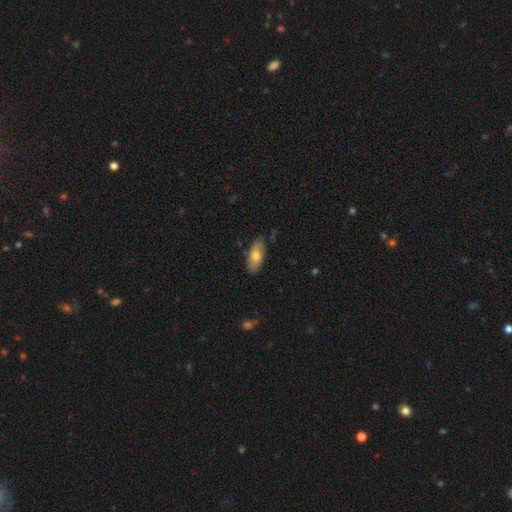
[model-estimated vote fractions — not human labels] The model was most divided on "smooth or featured": smooth: 69%, featured or disk: 25%, star or artifact: 6%. More confident: how rounded — in between (86%); merging — none (80%).